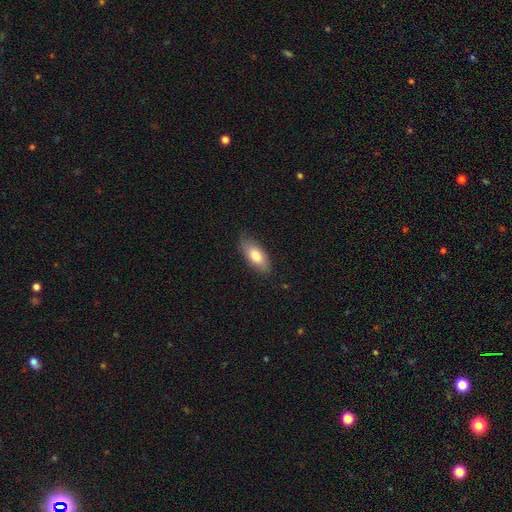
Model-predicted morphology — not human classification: Overall: smooth (77%). How rounded: in between (84%). Merging: none (78%).